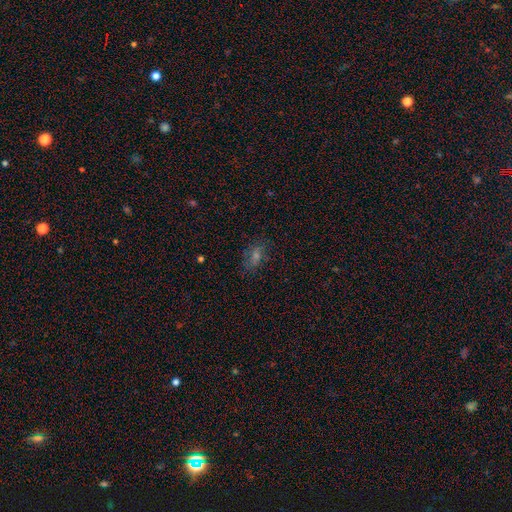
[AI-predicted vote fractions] smooth_or_featured: smooth (p=0.43) [alt: featured or disk p=0.29]
merging: none (p=0.77) [alt: minor disturbance p=0.16]